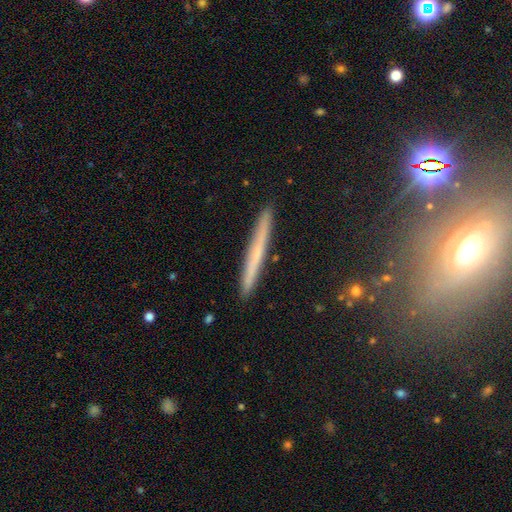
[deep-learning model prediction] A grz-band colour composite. It shows a smooth galaxy with no disk features (48%). Merging: none (90%).